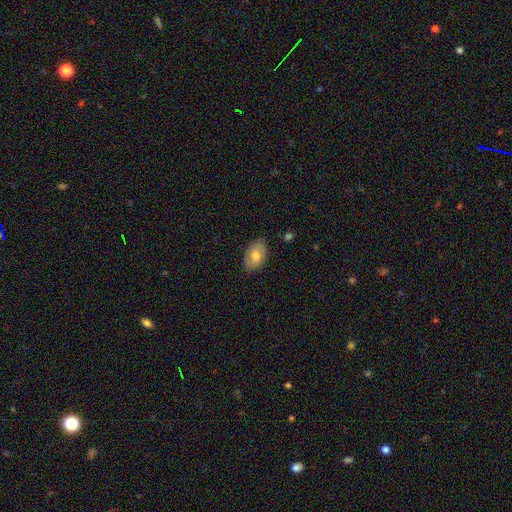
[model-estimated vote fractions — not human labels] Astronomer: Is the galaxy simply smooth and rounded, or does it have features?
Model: smooth — 73%.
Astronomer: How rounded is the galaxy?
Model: in between — 91%.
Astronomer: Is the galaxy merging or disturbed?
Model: none — 81%.